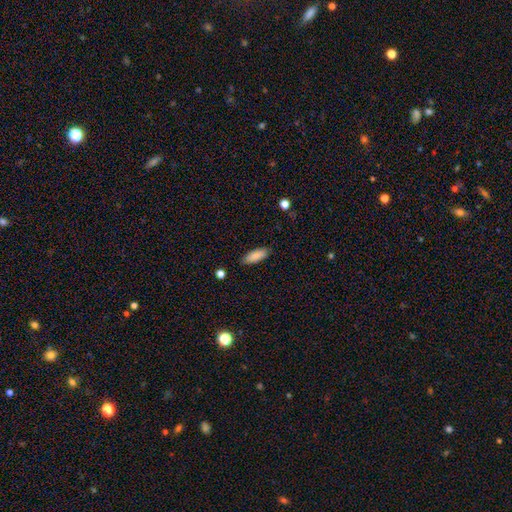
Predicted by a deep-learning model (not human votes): Q: Smooth or featured?
A: smooth (87%); runner-up: star or artifact (6%)
Q: How rounded?
A: in between (70%); runner-up: cigar-shaped (28%)
Q: Merging?
A: none (85%); runner-up: minor disturbance (12%)